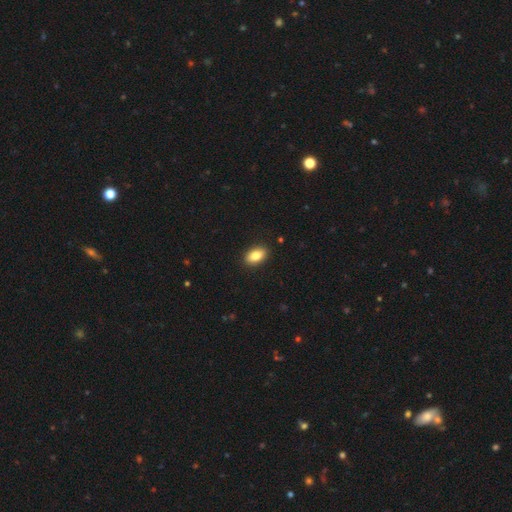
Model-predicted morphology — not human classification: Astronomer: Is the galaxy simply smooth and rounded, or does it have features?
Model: smooth — 85%.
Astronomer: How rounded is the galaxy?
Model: in between — 90%.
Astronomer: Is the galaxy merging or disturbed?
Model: none — 90%.